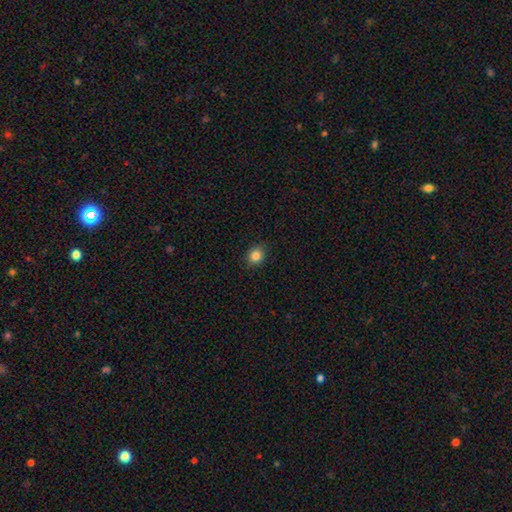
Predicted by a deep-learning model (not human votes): This appears to be a smooth galaxy with no disk features (85%) that is round (75%). Merging: none (88%).